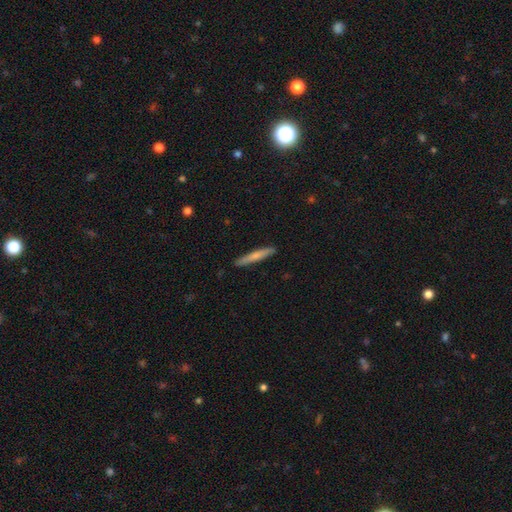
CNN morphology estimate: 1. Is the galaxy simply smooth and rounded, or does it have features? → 64% smooth, 30% featured or disk, 5% star or artifact.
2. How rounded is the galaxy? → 95% cigar-shaped, 4% in between, 1% round.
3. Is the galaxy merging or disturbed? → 90% none, 7% minor disturbance, 1% major disturbance, 1% merger.